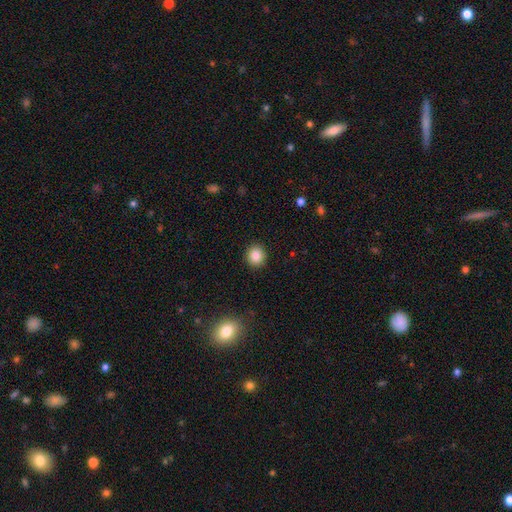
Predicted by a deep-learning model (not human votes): smooth_or_featured: smooth (p=0.85) [alt: star or artifact p=0.10]
how_rounded: round (p=0.88) [alt: in between p=0.11]
merging: none (p=0.92) [alt: minor disturbance p=0.05]